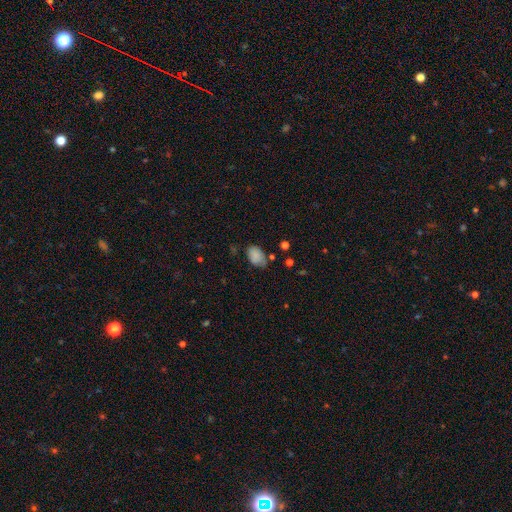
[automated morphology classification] smooth_or_featured: smooth (p=0.84) [alt: star or artifact p=0.09]
how_rounded: in between (p=0.86) [alt: round p=0.13]
merging: none (p=0.61) [alt: minor disturbance p=0.29]